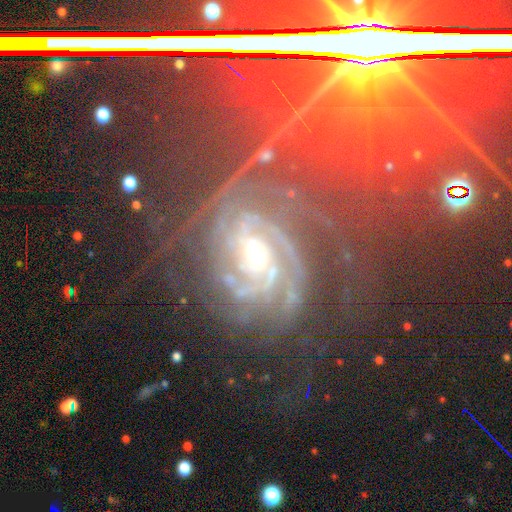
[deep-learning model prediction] Morphology: type=featured or disk (84%); edge-on=no (97%); bar=no (51%); spiral arms=yes (97%); winding=tight (62%); arm count=3 (21%); bulge=small (64%); merging=none (59%).